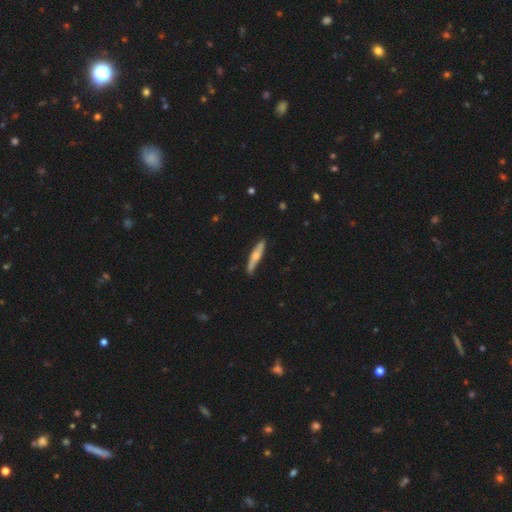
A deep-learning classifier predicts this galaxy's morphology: featured or disk 48%, smooth 47%, star or artifact 5%. Down the decision tree: merging — none (84%).